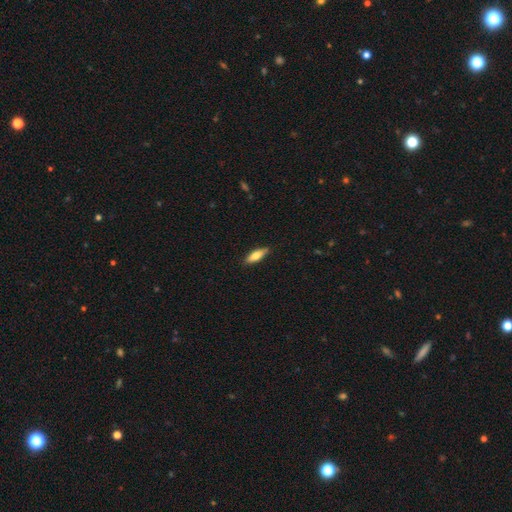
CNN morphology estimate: A smooth galaxy with no disk features (67%) that is in between round and cigar-shaped (52%).

Vote fractions:
- Smooth or featured? smooth: 67% / featured or disk: 27% / star or artifact: 6%
- How rounded? in between: 52% / cigar-shaped: 46% / round: 2%
- Merging? none: 86% / minor disturbance: 11% / major disturbance: 2% / merger: 1%